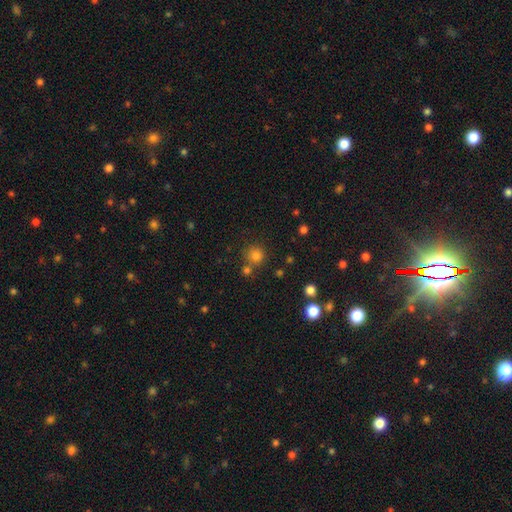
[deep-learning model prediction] smooth_or_featured: smooth (p=0.79) [alt: star or artifact p=0.15]
how_rounded: round (p=0.91) [alt: in between p=0.08]
merging: none (p=0.71) [alt: merger p=0.16]